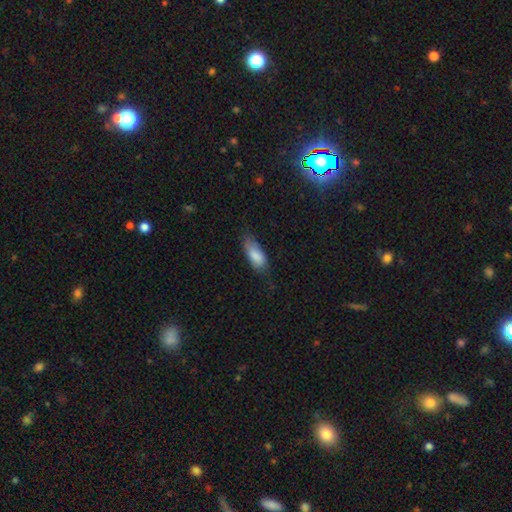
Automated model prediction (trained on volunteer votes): A smooth galaxy with no disk features (82%) that is in between round and cigar-shaped (83%).

Vote fractions:
- Smooth or featured? smooth: 82% / featured or disk: 11% / star or artifact: 7%
- How rounded? in between: 83% / cigar-shaped: 15% / round: 2%
- Merging? none: 48% / minor disturbance: 36% / major disturbance: 14% / merger: 2%